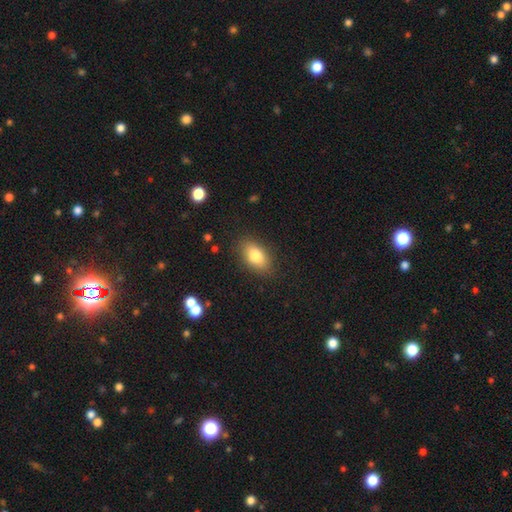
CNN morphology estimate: smooth_or_featured: smooth (p=0.81) [alt: featured or disk p=0.11]
how_rounded: in between (p=0.89) [alt: round p=0.08]
merging: none (p=0.85) [alt: minor disturbance p=0.11]